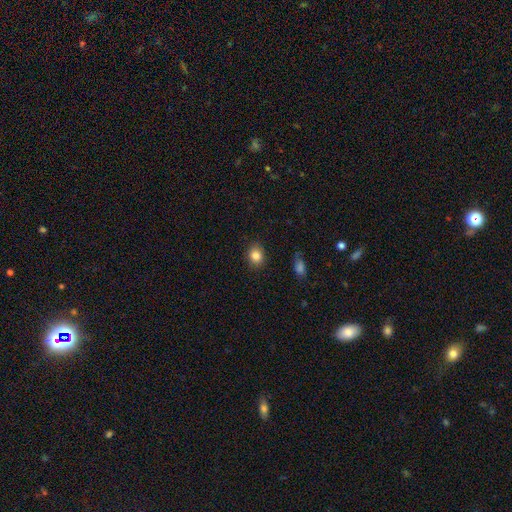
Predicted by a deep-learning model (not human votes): smooth-or-featured: smooth: 84% | star or artifact: 10% | featured or disk: 7%
  how-rounded: round: 50% | in between: 48% | cigar-shaped: 1%
  merging: none: 86% | minor disturbance: 11% | major disturbance: 2% | merger: 1%